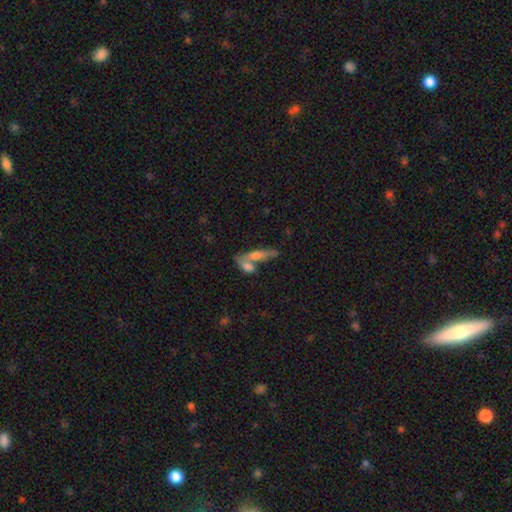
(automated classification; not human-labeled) The model was most divided on "how rounded": cigar-shaped: 54%, in between: 41%, round: 4%. More confident: smooth or featured — smooth (58%); merging — merger (50%).